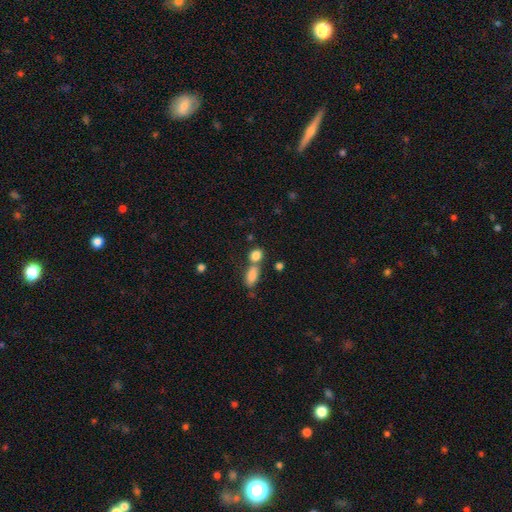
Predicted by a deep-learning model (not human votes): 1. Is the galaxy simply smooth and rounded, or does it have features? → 84% smooth, 10% star or artifact, 7% featured or disk.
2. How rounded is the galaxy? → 54% in between, 41% round, 5% cigar-shaped.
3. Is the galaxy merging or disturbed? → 44% none, 42% merger, 10% minor disturbance, 4% major disturbance.